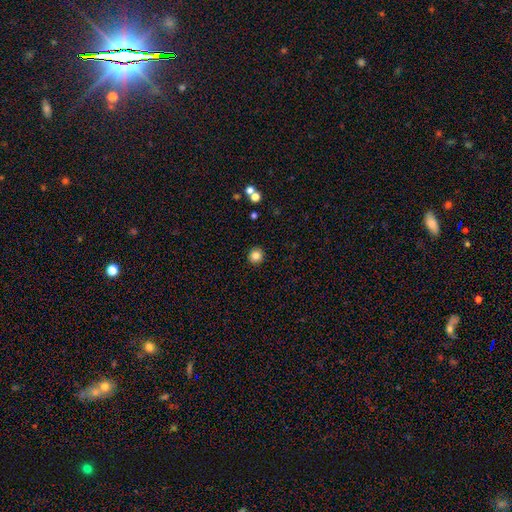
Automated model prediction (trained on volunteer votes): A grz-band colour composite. It shows a smooth galaxy with no disk features (84%) that is round (93%). Merging: none (92%).